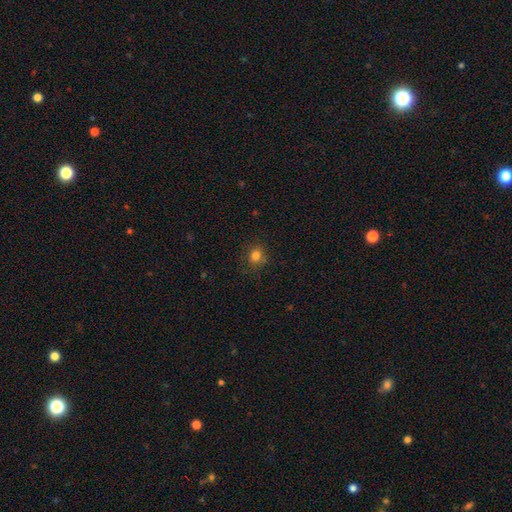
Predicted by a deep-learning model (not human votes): Smooth or featured? smooth (80%)
How rounded? round (78%)
Merging? none (82%)